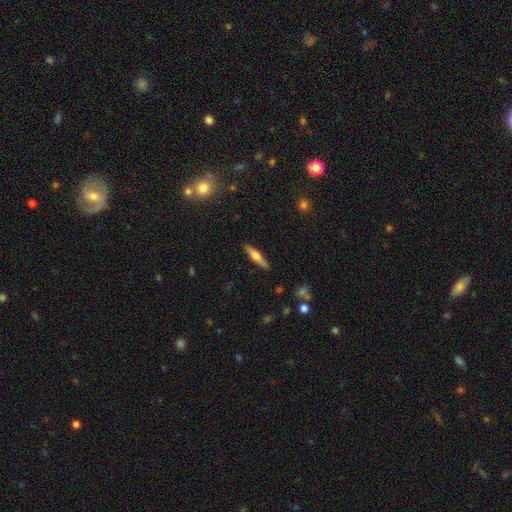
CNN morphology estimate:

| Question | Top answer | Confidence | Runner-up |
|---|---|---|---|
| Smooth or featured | featured or disk | 47% | tied: smooth (47%) |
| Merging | none | 88% | minor disturbance (8%) |